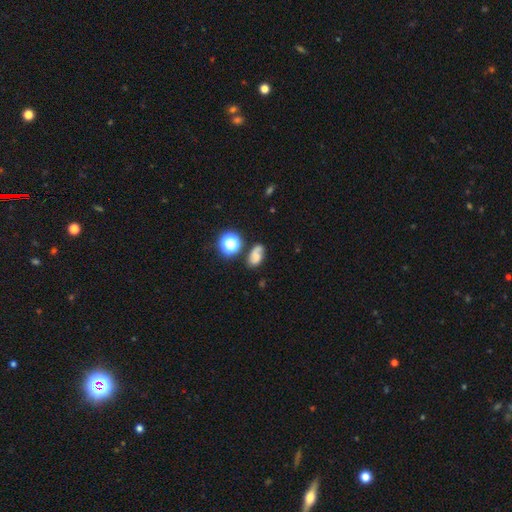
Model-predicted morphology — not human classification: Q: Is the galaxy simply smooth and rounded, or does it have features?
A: smooth — 49%.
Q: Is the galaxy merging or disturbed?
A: none — 50%.